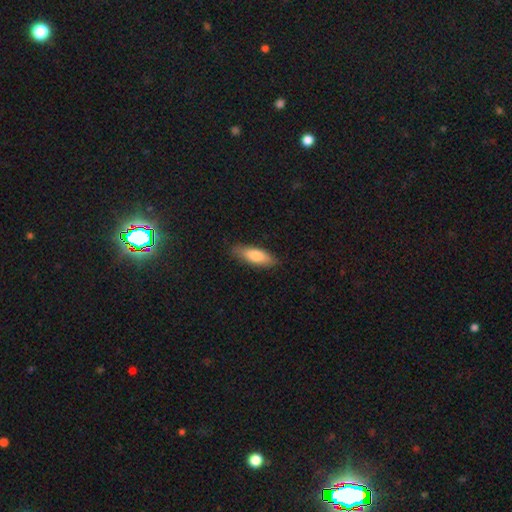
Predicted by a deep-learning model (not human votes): smooth_or_featured: smooth (p=0.76) [alt: featured or disk p=0.18]
how_rounded: in between (p=0.59) [alt: cigar-shaped p=0.38]
merging: none (p=0.84) [alt: minor disturbance p=0.13]